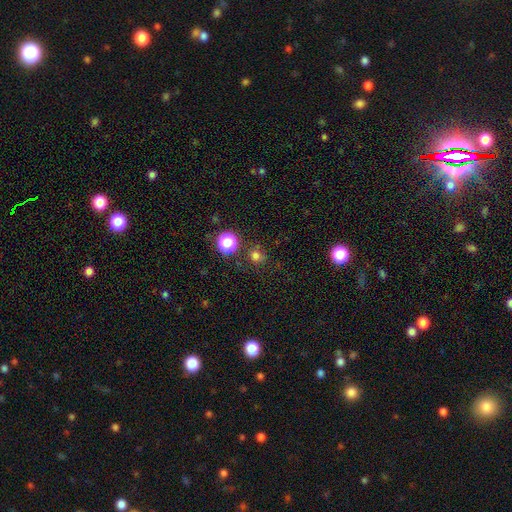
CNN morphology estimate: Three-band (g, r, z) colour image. It shows a smooth galaxy with no disk features (72%) that is round (89%). Merging: none (77%).